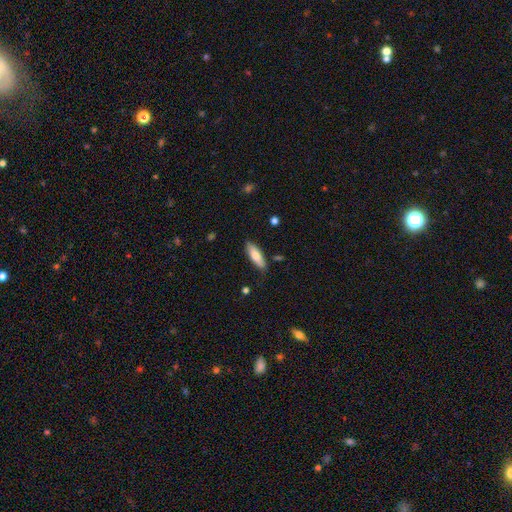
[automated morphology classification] A smooth galaxy with no disk features (77%) that is in between round and cigar-shaped (56%). Merging: none (84%).